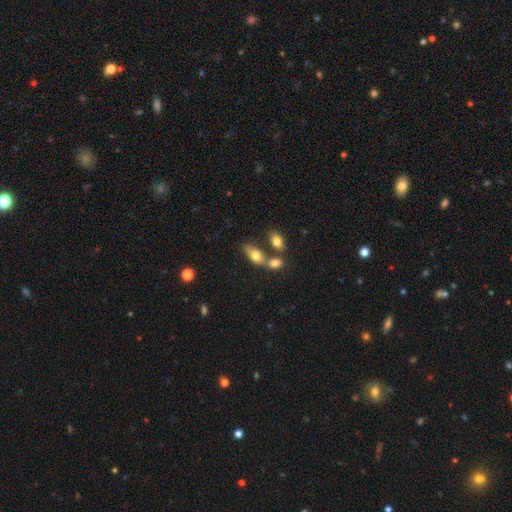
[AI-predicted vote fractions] A smooth galaxy with no disk features (74%) that is in between round and cigar-shaped (84%). Merging: none (43%).